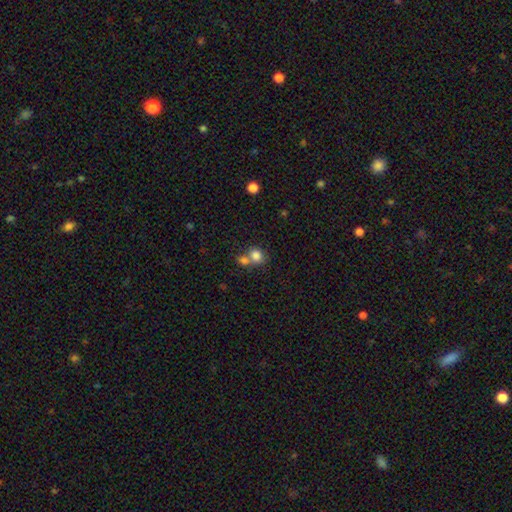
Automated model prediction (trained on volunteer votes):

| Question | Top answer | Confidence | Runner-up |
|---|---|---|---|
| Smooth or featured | smooth | 80% | star or artifact (10%) |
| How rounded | round | 63% | in between (36%) |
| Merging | merger | 52% | none (37%) |